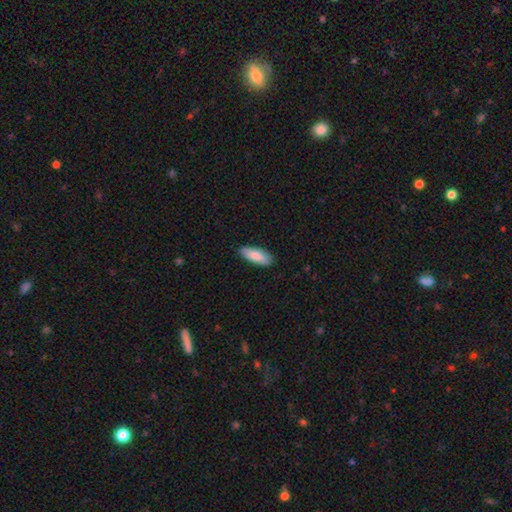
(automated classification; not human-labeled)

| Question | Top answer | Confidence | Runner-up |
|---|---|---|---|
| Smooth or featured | smooth | 87% | featured or disk (8%) |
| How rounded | in between | 70% | cigar-shaped (28%) |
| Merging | none | 86% | minor disturbance (11%) |